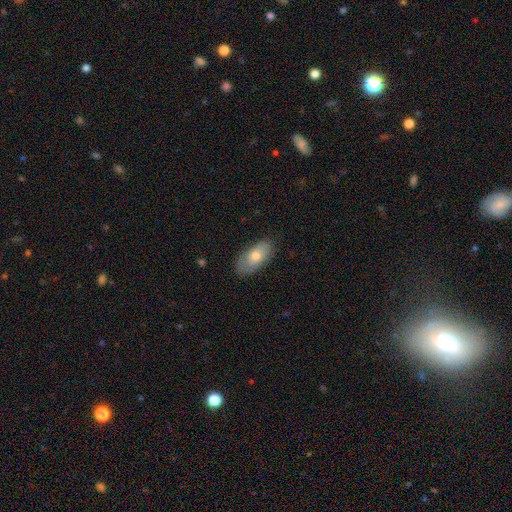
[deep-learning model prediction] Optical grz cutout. It shows a smooth galaxy with no disk features (69%) that is in between round and cigar-shaped (91%). Merging: none (80%).